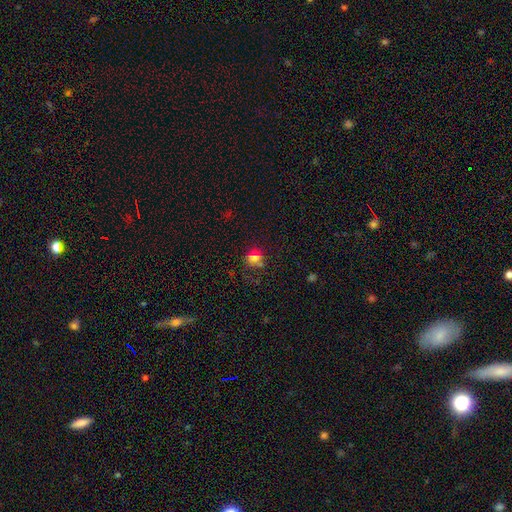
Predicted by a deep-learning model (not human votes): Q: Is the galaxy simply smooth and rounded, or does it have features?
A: smooth — 62%.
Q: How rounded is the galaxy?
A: round — 69%.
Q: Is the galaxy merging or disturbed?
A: none — 71%.